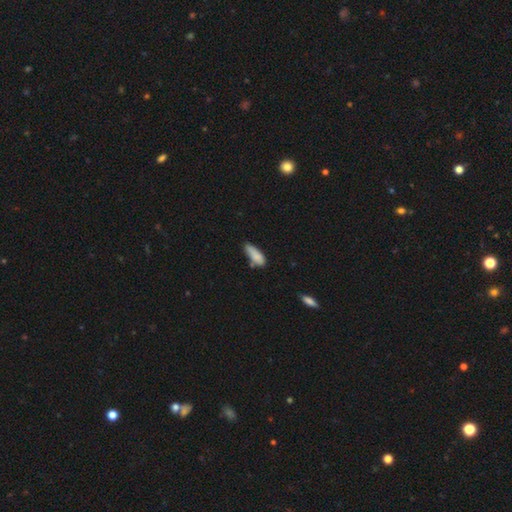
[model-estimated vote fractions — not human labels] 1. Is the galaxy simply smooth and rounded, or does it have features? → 84% smooth, 9% featured or disk, 7% star or artifact.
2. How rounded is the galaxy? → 60% in between, 38% cigar-shaped, 2% round.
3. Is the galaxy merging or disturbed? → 53% none, 33% minor disturbance, 8% merger, 6% major disturbance.